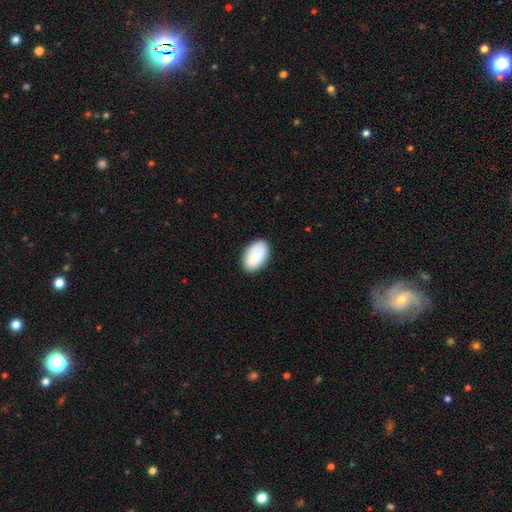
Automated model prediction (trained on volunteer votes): The model was most divided on "merging": none: 80%, minor disturbance: 15%, major disturbance: 3%, merger: 2%. More confident: how rounded — in between (94%); smooth or featured — smooth (83%).